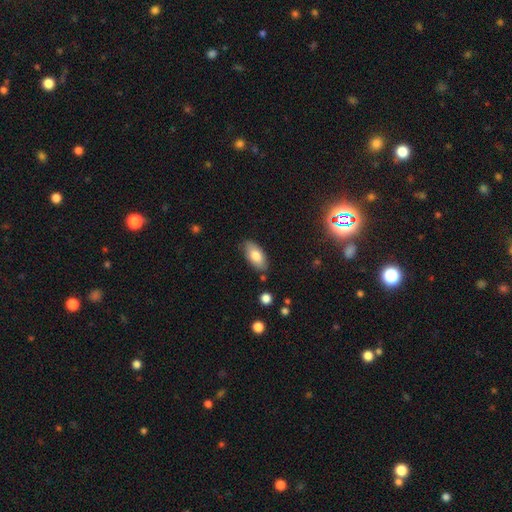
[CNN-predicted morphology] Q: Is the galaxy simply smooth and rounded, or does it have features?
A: smooth — 77%.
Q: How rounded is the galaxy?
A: in between — 90%.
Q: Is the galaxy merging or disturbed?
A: none — 82%.